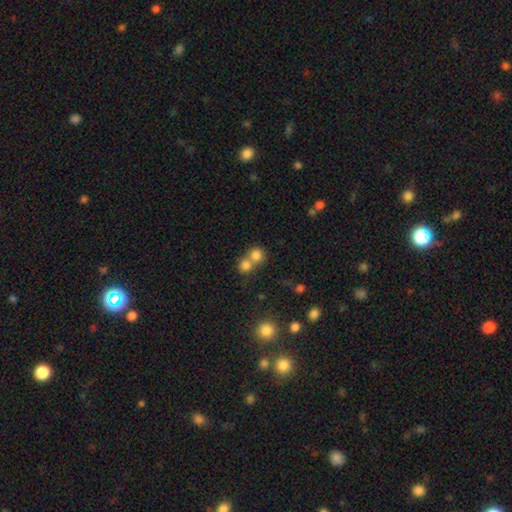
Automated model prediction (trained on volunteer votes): Overall: smooth (78%). How rounded: round (85%). Merging: merger (54%; none 38%).